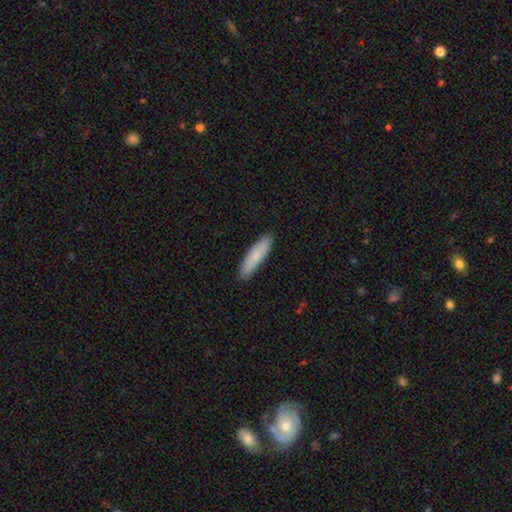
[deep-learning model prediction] smooth_or_featured: smooth (p=0.80) [alt: featured or disk p=0.15]
how_rounded: cigar-shaped (p=0.75) [alt: in between p=0.24]
merging: none (p=0.90) [alt: minor disturbance p=0.08]